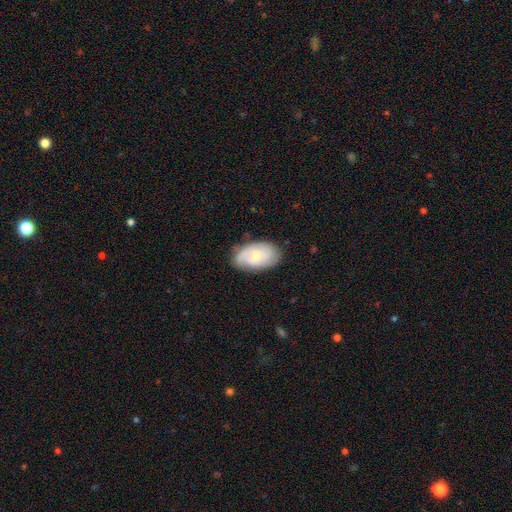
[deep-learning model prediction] Smooth or featured?
  - featured or disk: 49% *
  - smooth: 44%
  - star or artifact: 6%
Merging?
  - none: 71% *
  - minor disturbance: 23%
  - major disturbance: 5%
  - merger: 1%